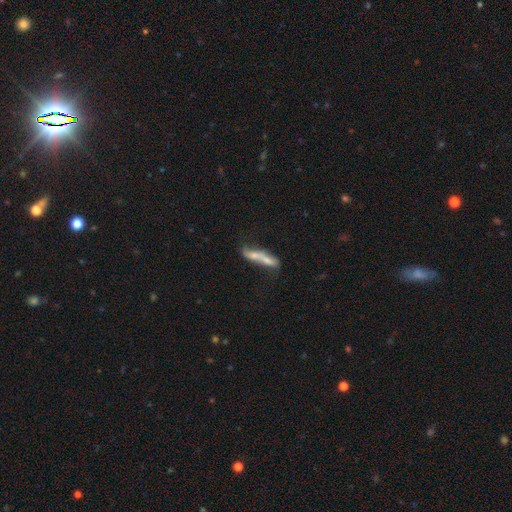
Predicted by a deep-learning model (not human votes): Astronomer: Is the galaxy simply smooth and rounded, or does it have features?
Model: featured or disk — 48% (runner-up: smooth, 43%).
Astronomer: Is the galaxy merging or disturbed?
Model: none — 45% (runner-up: merger, 24%).